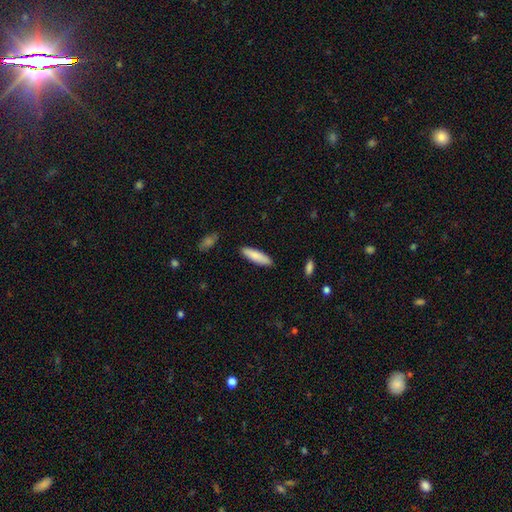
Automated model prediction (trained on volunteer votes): smooth-or-featured: smooth: 84% | featured or disk: 11% | star or artifact: 6%
  how-rounded: cigar-shaped: 64% | in between: 35% | round: 1%
  merging: none: 88% | minor disturbance: 9% | major disturbance: 2% | merger: 1%